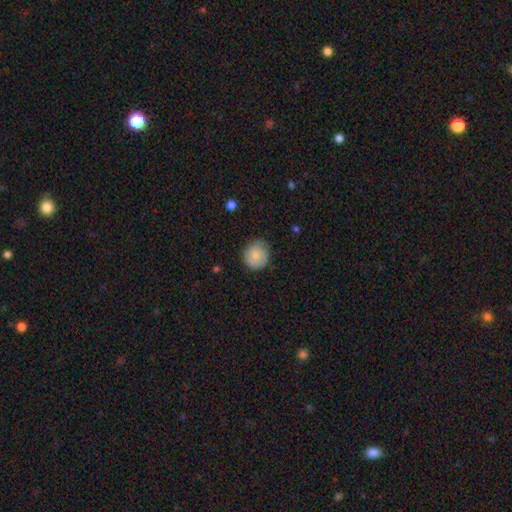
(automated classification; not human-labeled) This appears to be a smooth galaxy with no disk features (83%) that is round (84%). Merging: none (73%).